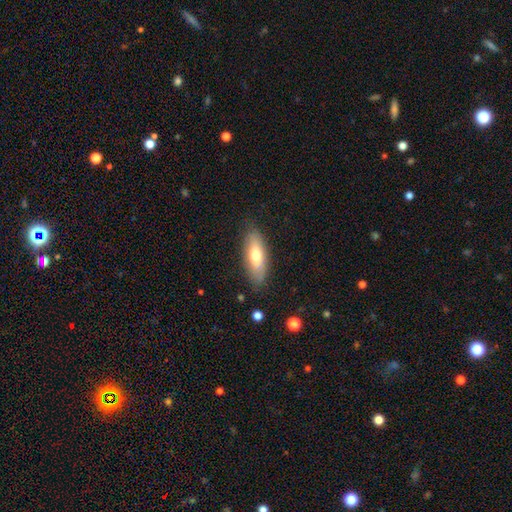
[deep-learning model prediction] A smooth galaxy with no disk features (68%) that is in between round and cigar-shaped (69%).

Vote fractions:
- Smooth or featured? smooth: 68% / featured or disk: 26% / star or artifact: 6%
- How rounded? in between: 69% / cigar-shaped: 29% / round: 2%
- Merging? none: 82% / minor disturbance: 14% / major disturbance: 3% / merger: 1%